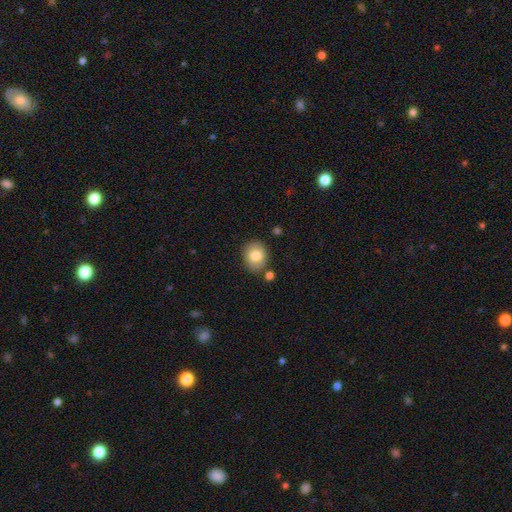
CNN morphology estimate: A smooth galaxy with no disk features (79%) that is round (53%). Merging: none (80%).